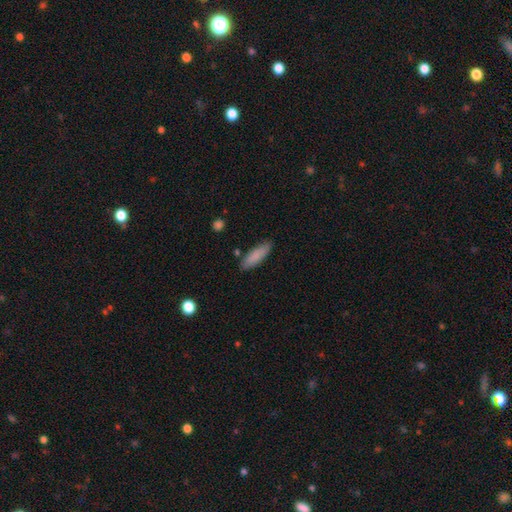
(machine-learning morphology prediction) This appears to be a smooth galaxy with no disk features (85%) that is cigar-shaped (52%). Merging: none (84%).